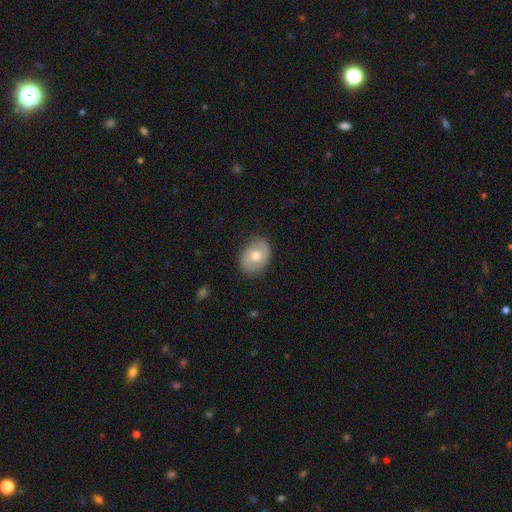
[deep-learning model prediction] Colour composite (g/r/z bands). It shows a smooth galaxy with no disk features (65%) that is in between round and cigar-shaped (64%). Merging: none (82%).